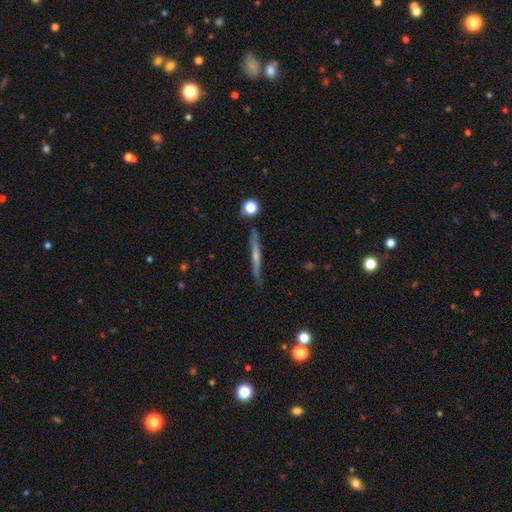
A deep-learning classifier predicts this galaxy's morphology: Smooth or featured: featured or disk — 61% (smooth — 25%)
Edge-on disk: yes — 92% (no — 8%)
Edge-on bulge: rounded — 67% (none — 24%)
Merging: none — 81% (minor disturbance — 10%)